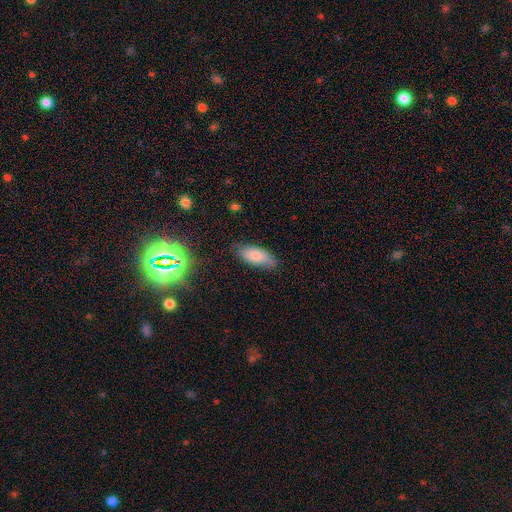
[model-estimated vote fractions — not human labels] Smooth or featured: smooth — 78% (featured or disk — 14%)
How rounded: in between — 80% (cigar-shaped — 18%)
Merging: none — 74% (minor disturbance — 21%)